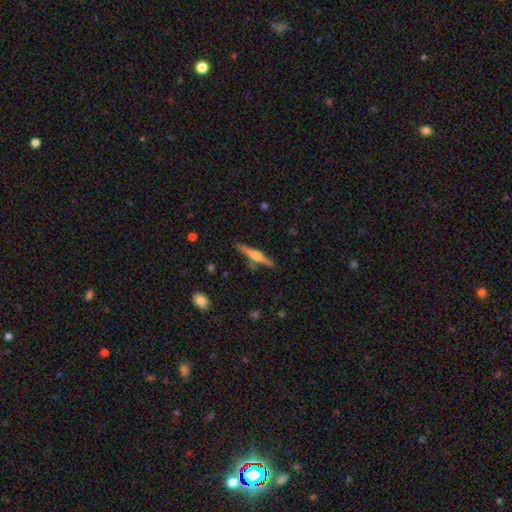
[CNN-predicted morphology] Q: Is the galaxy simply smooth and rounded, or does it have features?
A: featured or disk — 67%.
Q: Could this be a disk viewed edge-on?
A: yes — 98%.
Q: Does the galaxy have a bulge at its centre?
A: rounded — 81%.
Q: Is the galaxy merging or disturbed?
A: none — 85%.